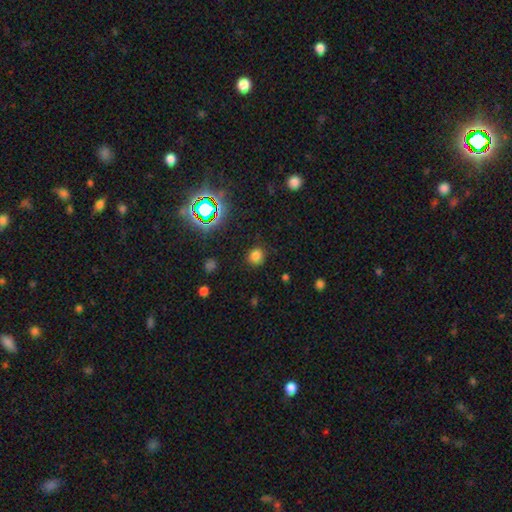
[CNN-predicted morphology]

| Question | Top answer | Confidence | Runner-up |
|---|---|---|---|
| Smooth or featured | smooth | 75% | star or artifact (19%) |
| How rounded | round | 85% | in between (14%) |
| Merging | none | 85% | minor disturbance (10%) |